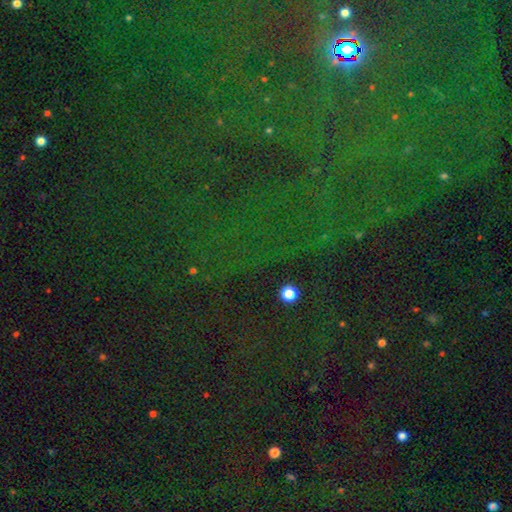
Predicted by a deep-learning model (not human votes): The model was most divided on "smooth or featured": star or artifact: 83%, smooth: 9%, featured or disk: 7%.